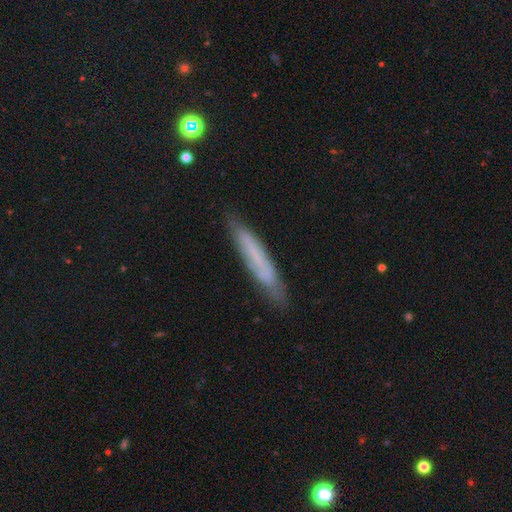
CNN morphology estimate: The model was most divided on "smooth or featured": smooth: 52%, featured or disk: 39%, star or artifact: 8%. More confident: how rounded — cigar-shaped (92%); merging — none (80%).